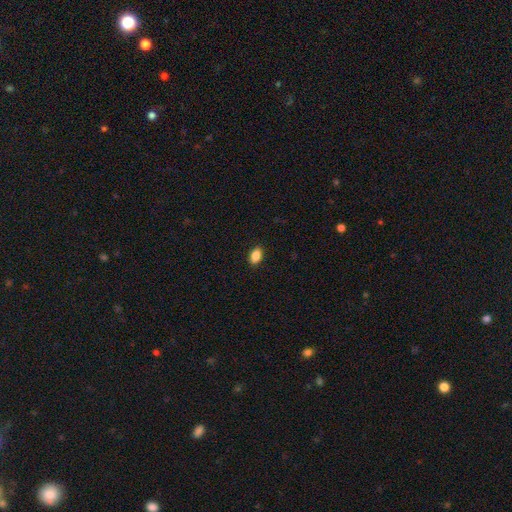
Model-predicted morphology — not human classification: This is clearly a smooth galaxy (86%). How rounded: clearly in between (89%). Merging: clearly none (90%).